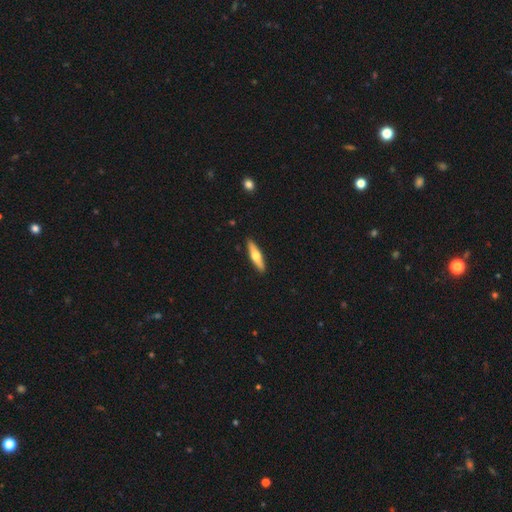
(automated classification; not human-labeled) A featured or disk galaxy (48%).

Vote fractions:
- Smooth or featured? featured or disk: 48% / smooth: 47% / star or artifact: 5%
- Merging? none: 91% / minor disturbance: 6% / major disturbance: 1% / merger: 1%